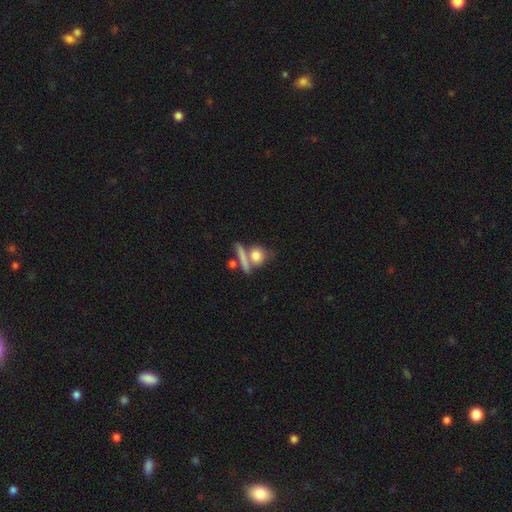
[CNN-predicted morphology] smooth-or-featured: smooth: 75% | featured or disk: 16% | star or artifact: 9%
  how-rounded: round: 56% | in between: 27% | cigar-shaped: 17%
  merging: none: 52% | merger: 30% | minor disturbance: 12% | major disturbance: 7%